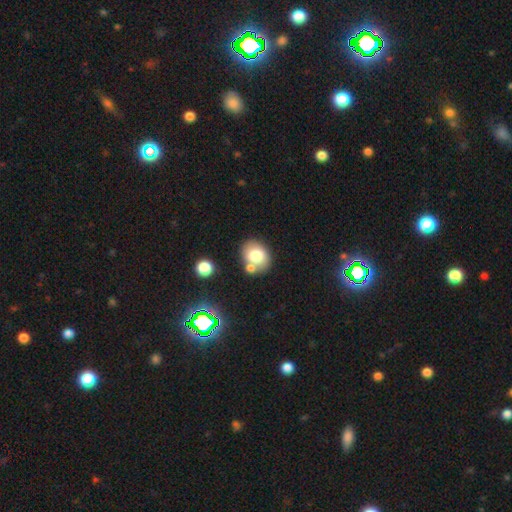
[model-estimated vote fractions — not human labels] The model was most divided on "how rounded": in between: 51%, round: 48%, cigar-shaped: 1%. More confident: smooth or featured — smooth (74%); merging — none (61%).